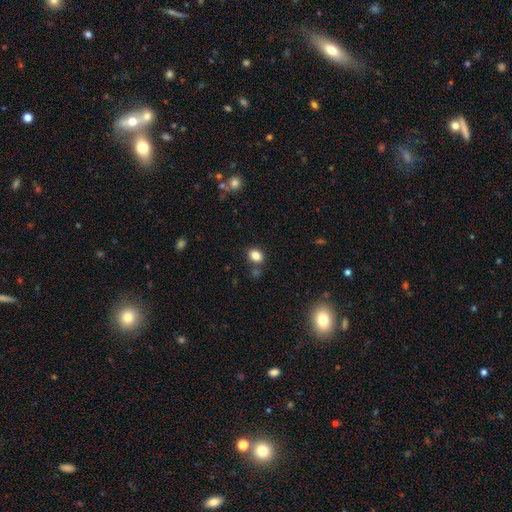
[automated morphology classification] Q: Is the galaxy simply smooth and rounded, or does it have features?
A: smooth — 83%.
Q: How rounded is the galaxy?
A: in between — 57%.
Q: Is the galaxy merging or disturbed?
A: none — 74%.